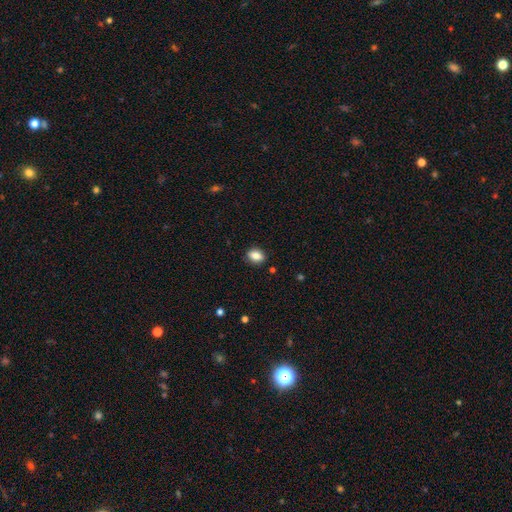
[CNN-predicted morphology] A smooth galaxy with no disk features (84%) that is in between round and cigar-shaped (74%).

Vote fractions:
- Smooth or featured? smooth: 84% / star or artifact: 9% / featured or disk: 7%
- How rounded? in between: 74% / round: 24% / cigar-shaped: 2%
- Merging? none: 87% / minor disturbance: 9% / major disturbance: 2% / merger: 1%